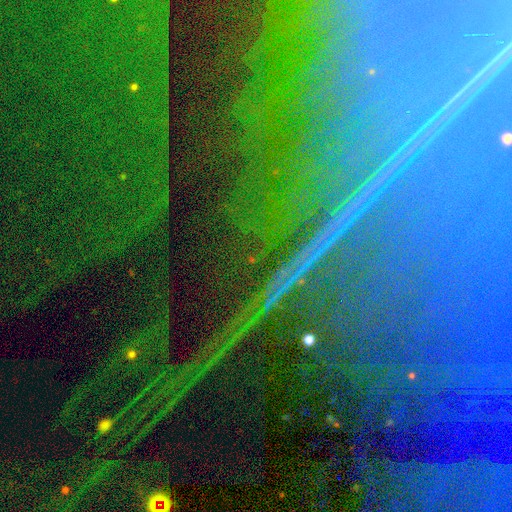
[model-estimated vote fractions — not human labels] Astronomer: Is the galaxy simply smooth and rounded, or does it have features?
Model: star or artifact — 85%.